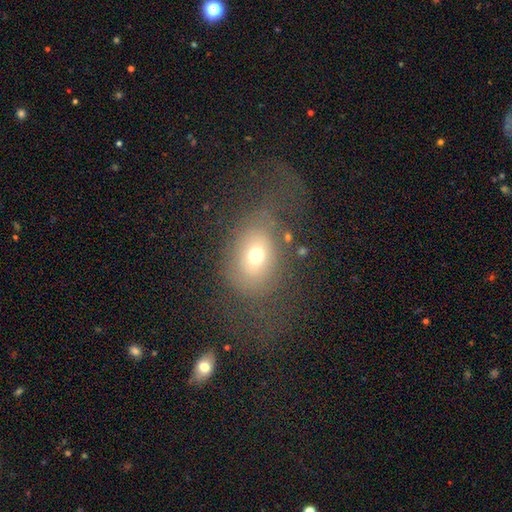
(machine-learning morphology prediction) Smooth or featured? smooth (64%)
How rounded? in between (54%)
Merging? none (50%)